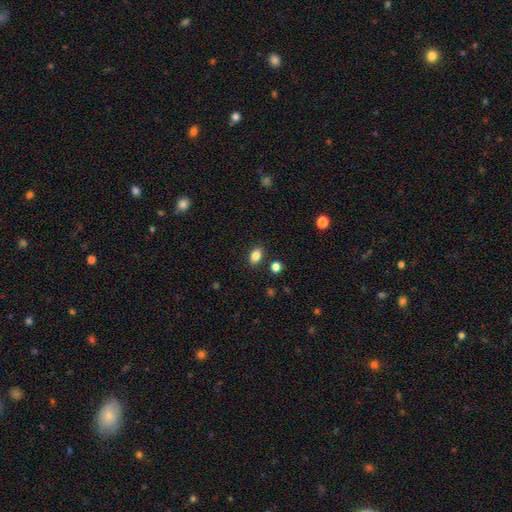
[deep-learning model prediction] Smooth or featured? Predicted: smooth (p=0.85). How rounded? Predicted: in between (p=0.82). Merging? Predicted: none (p=0.86).